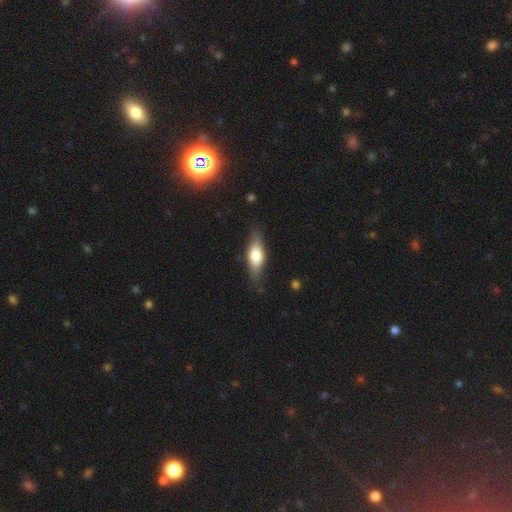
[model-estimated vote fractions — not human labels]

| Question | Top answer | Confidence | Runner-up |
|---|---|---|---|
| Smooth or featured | smooth | 60% | featured or disk (34%) |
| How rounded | in between | 61% | cigar-shaped (36%) |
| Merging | none | 80% | minor disturbance (15%) |